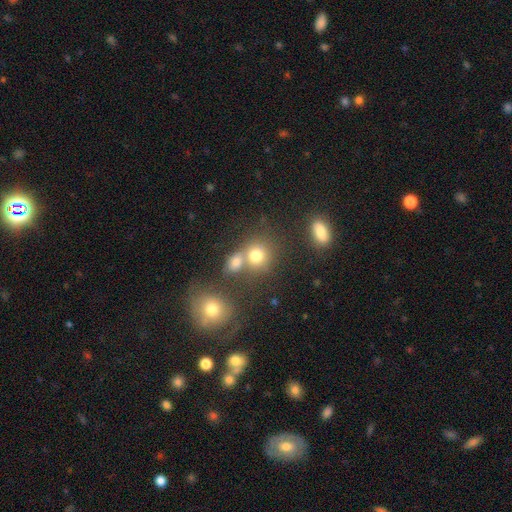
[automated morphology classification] smooth-or-featured: smooth: 75% | star or artifact: 14% | featured or disk: 11%
  how-rounded: round: 76% | in between: 23% | cigar-shaped: 1%
  merging: none: 47% | merger: 39% | minor disturbance: 9% | major disturbance: 5%